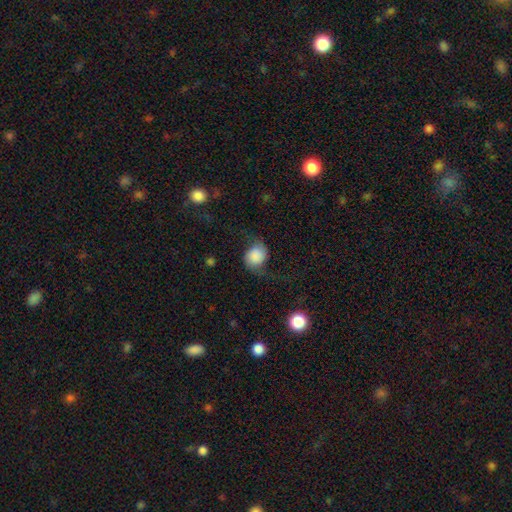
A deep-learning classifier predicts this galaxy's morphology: smooth_or_featured: smooth (p=0.59) [alt: featured or disk p=0.31]
how_rounded: round (p=0.70) [alt: in between p=0.29]
merging: none (p=0.60) [alt: minor disturbance p=0.21]